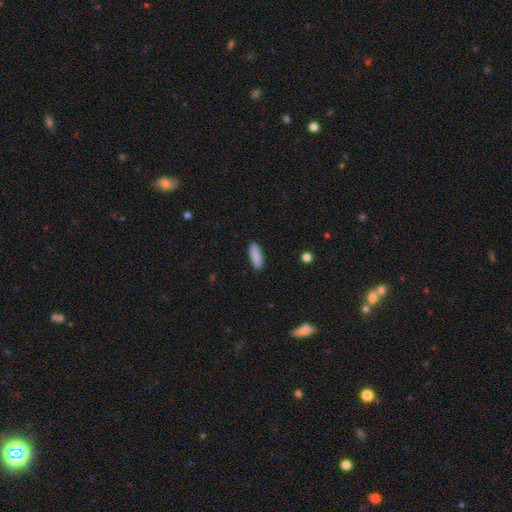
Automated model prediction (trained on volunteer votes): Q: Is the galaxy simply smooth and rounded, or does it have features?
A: smooth — 89%.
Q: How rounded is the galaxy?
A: in between — 68%.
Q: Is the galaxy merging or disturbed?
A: none — 90%.